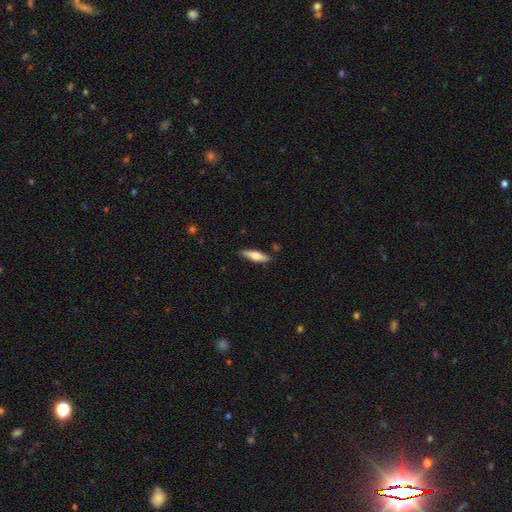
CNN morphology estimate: The model was most divided on "how rounded": cigar-shaped: 58%, in between: 40%, round: 2%. More confident: merging — none (83%); smooth or featured — smooth (71%).